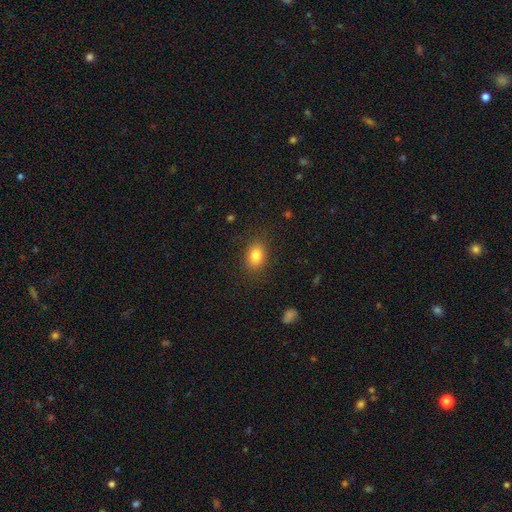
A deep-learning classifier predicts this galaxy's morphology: A smooth galaxy with no disk features (82%) that is in between round and cigar-shaped (74%).

Vote fractions:
- Smooth or featured? smooth: 82% / star or artifact: 10% / featured or disk: 8%
- How rounded? in between: 74% / round: 25% / cigar-shaped: 1%
- Merging? none: 85% / minor disturbance: 11% / major disturbance: 3% / merger: 1%